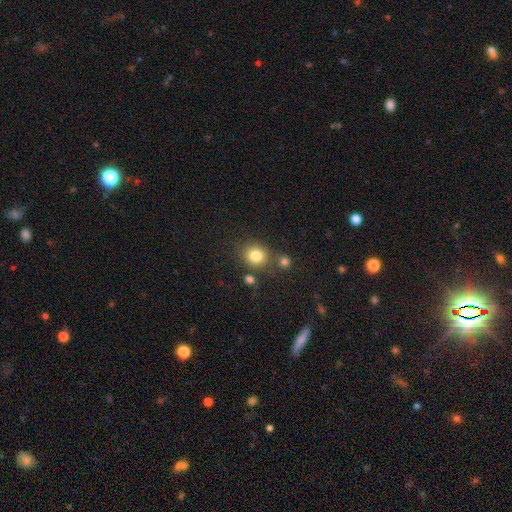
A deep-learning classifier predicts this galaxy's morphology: This is clearly a smooth galaxy (81%). How rounded: likely round (77%). Merging: likely none (70%).